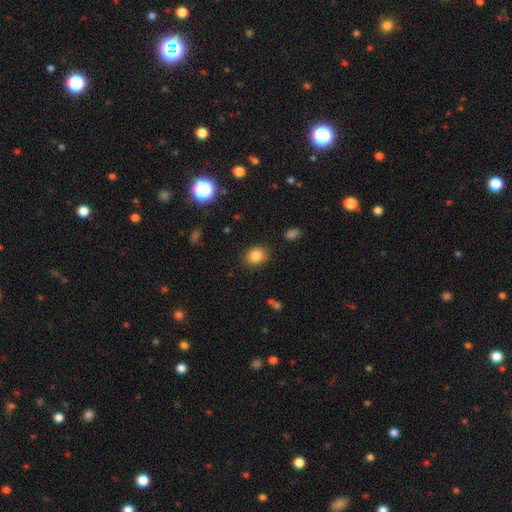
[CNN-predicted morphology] This is clearly a smooth galaxy (84%). How rounded: possibly round (57%). Merging: clearly none (85%).